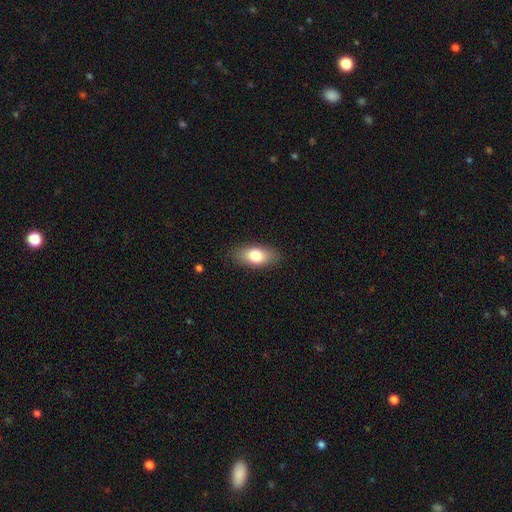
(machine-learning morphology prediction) Smooth or featured? smooth (78%)
How rounded? in between (87%)
Merging? none (85%)